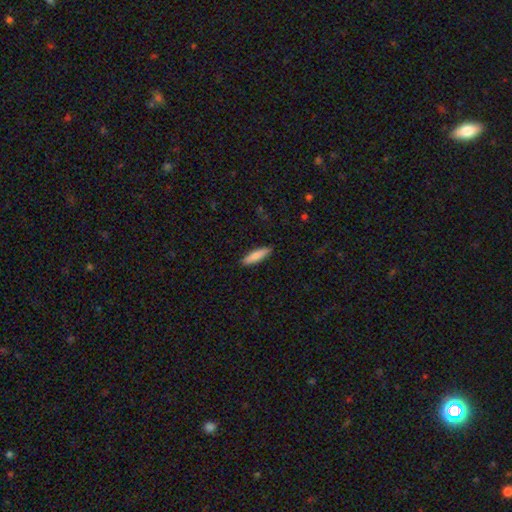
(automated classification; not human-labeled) Smooth or featured? smooth (83%)
How rounded? cigar-shaped (73%)
Merging? none (90%)